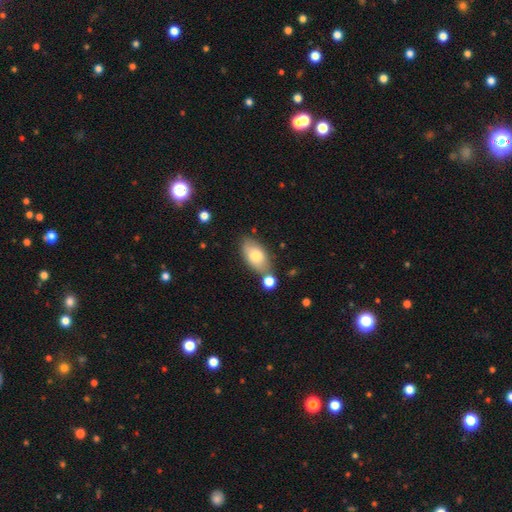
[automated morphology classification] smooth-or-featured: smooth: 75% | featured or disk: 18% | star or artifact: 7%
  how-rounded: in between: 92% | round: 5% | cigar-shaped: 4%
  merging: none: 65% | minor disturbance: 17% | merger: 13% | major disturbance: 4%